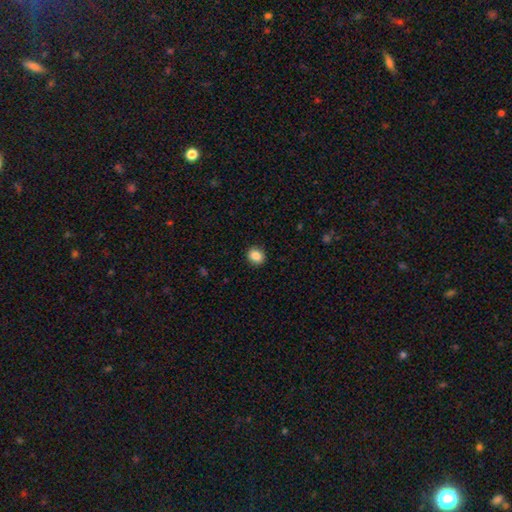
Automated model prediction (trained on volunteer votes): Q: Smooth or featured?
A: smooth (87%); runner-up: star or artifact (9%)
Q: How rounded?
A: round (68%); runner-up: in between (31%)
Q: Merging?
A: none (90%); runner-up: minor disturbance (7%)